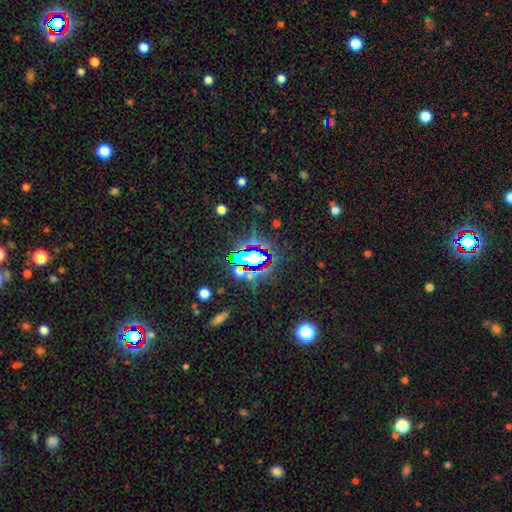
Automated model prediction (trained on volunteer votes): smooth_or_featured: star or artifact (p=0.82) [alt: smooth p=0.11]